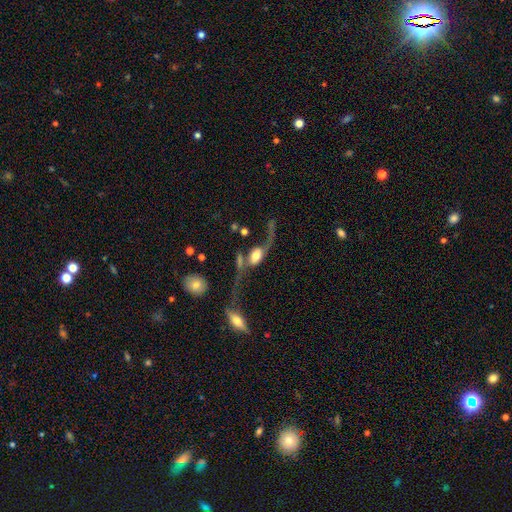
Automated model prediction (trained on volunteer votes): This is likely a featured or disk galaxy (66%). It is clearly not viewed edge-on (82%). Bar: likely no (63%). Spiral arm pattern: likely yes (77%). Central bulge: marginally large (37%). Merging: marginally merger (34%).